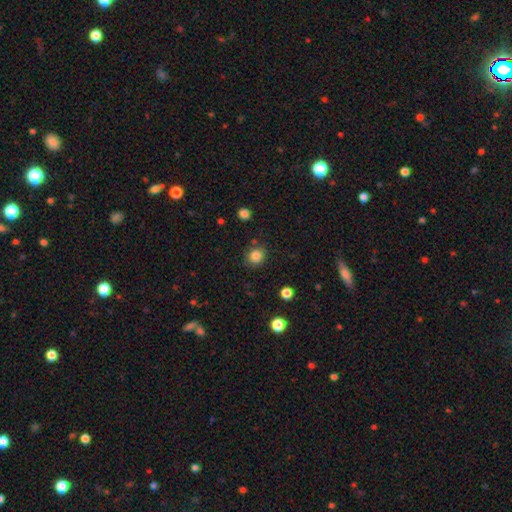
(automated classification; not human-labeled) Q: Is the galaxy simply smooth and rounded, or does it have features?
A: smooth — 84%.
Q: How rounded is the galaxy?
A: round — 86%.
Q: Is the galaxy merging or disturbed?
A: none — 82%.